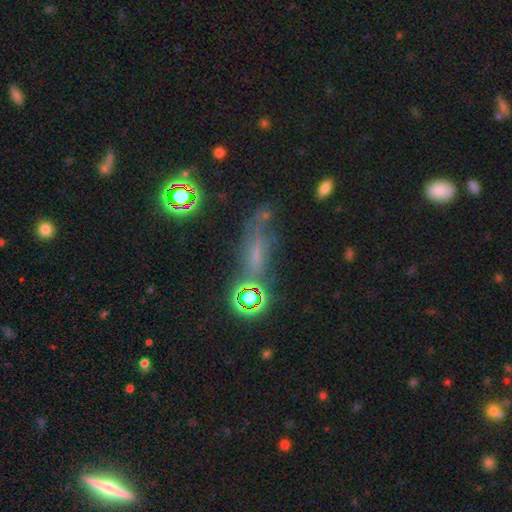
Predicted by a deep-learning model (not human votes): Q: Smooth or featured?
A: smooth (35%); runner-up: star or artifact (34%)
Q: Merging?
A: none (52%); runner-up: minor disturbance (23%)